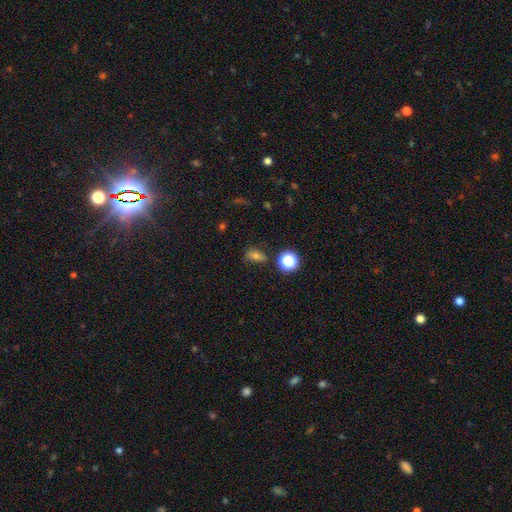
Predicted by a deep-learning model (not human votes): This is likely a smooth galaxy (66%). How rounded: likely in between (70%). Merging: likely none (69%).